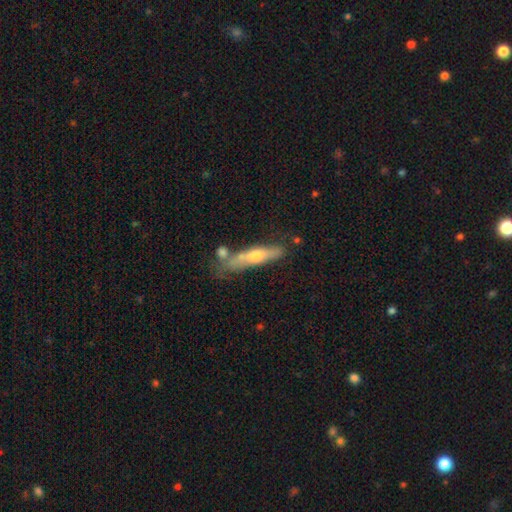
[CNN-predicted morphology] featured or disk 50%, smooth 43%, star or artifact 6%. Down the decision tree: edge-on disk — yes (81%); merging — none (57%).